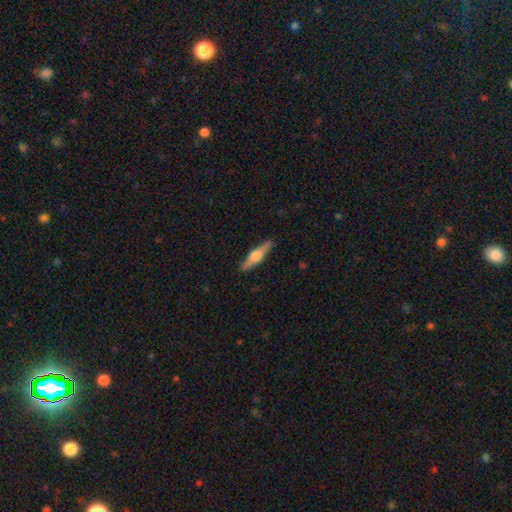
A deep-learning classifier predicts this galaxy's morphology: Q: Smooth or featured?
A: featured or disk (64%); runner-up: smooth (30%)
Q: Edge-on disk?
A: yes (97%); runner-up: no (3%)
Q: Edge-on bulge?
A: rounded (91%); runner-up: boxy (6%)
Q: Merging?
A: none (90%); runner-up: minor disturbance (7%)